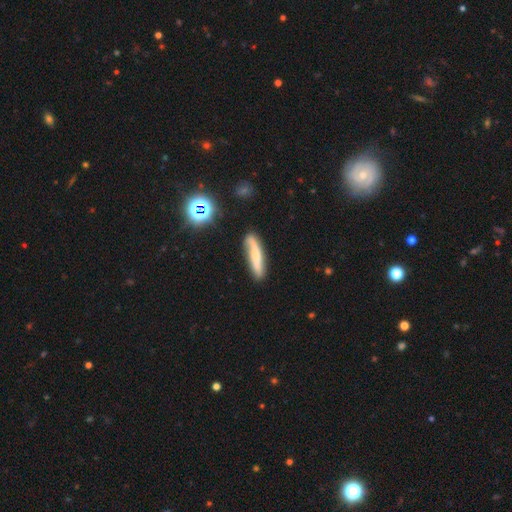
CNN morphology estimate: A smooth galaxy with no disk features (50%) that is cigar-shaped (85%).

Vote fractions:
- Smooth or featured? smooth: 50% / featured or disk: 41% / star or artifact: 9%
- How rounded? cigar-shaped: 85% / in between: 13% / round: 2%
- Merging? none: 77% / minor disturbance: 16% / major disturbance: 4% / merger: 3%